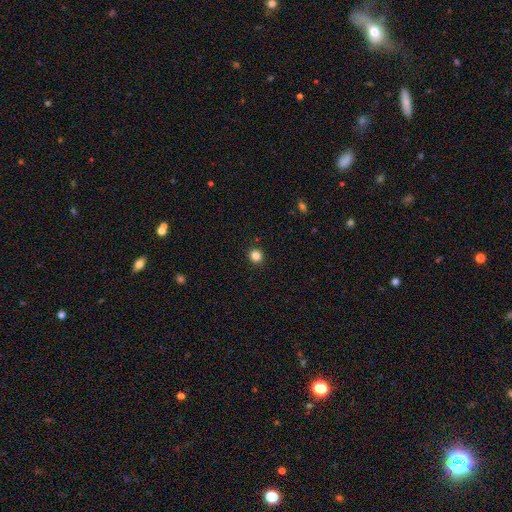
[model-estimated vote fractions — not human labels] smooth-or-featured: smooth: 84% | star or artifact: 12% | featured or disk: 4%
  how-rounded: round: 89% | in between: 10% | cigar-shaped: 1%
  merging: none: 92% | minor disturbance: 5% | major disturbance: 2% | merger: 1%